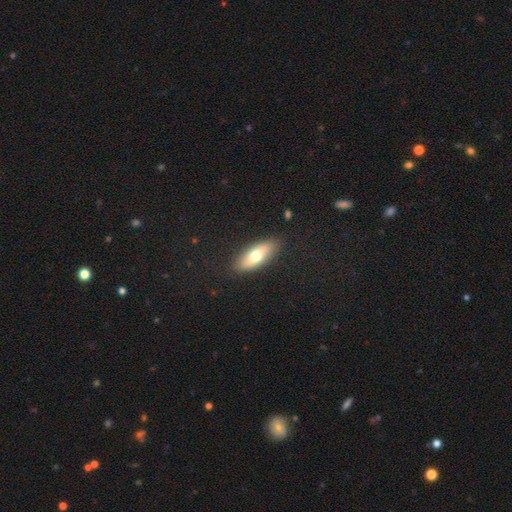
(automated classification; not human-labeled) Smooth or featured? smooth (69%)
How rounded? in between (71%)
Merging? none (87%)